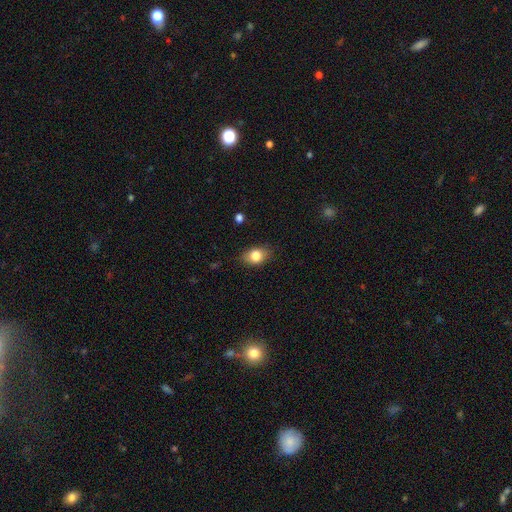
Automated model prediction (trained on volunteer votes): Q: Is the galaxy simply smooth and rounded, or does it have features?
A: smooth — 81%.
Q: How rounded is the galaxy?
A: in between — 73%.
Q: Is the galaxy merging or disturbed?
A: none — 81%.